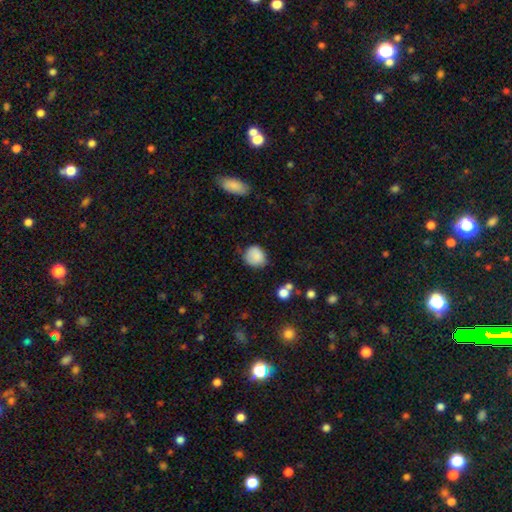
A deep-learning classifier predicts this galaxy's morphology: Smooth or featured? smooth (85%)
How rounded? round (79%)
Merging? none (70%)